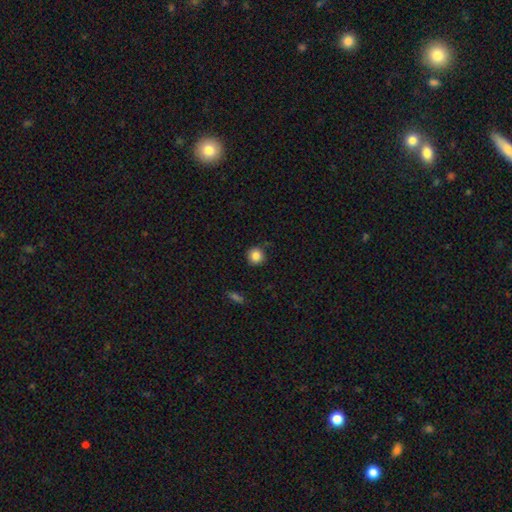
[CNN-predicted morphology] A smooth galaxy with no disk features (85%) that is round (93%).

Vote fractions:
- Smooth or featured? smooth: 85% / star or artifact: 10% / featured or disk: 5%
- How rounded? round: 93% / in between: 6% / cigar-shaped: 1%
- Merging? none: 85% / minor disturbance: 11% / major disturbance: 2% / merger: 2%